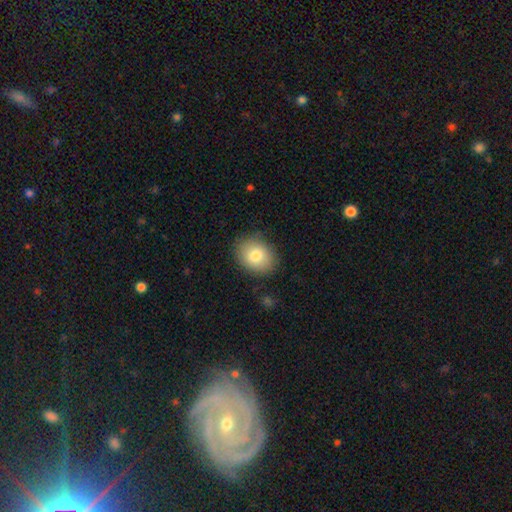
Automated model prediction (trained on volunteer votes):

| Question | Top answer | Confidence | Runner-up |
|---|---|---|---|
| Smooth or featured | smooth | 80% | featured or disk (12%) |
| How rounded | in between | 53% | round (46%) |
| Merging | none | 84% | minor disturbance (12%) |